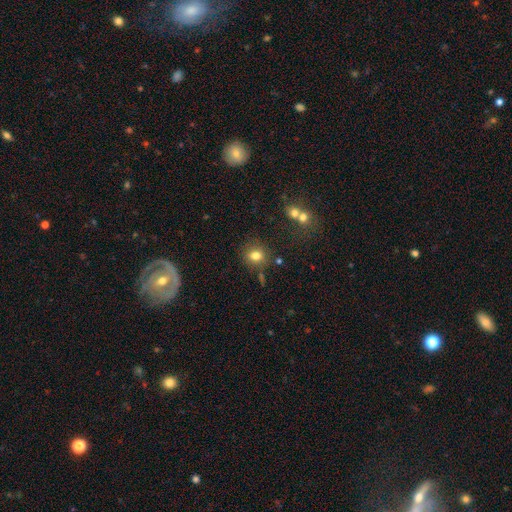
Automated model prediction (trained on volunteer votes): Smooth or featured? smooth (80%)
How rounded? round (73%)
Merging? none (78%)